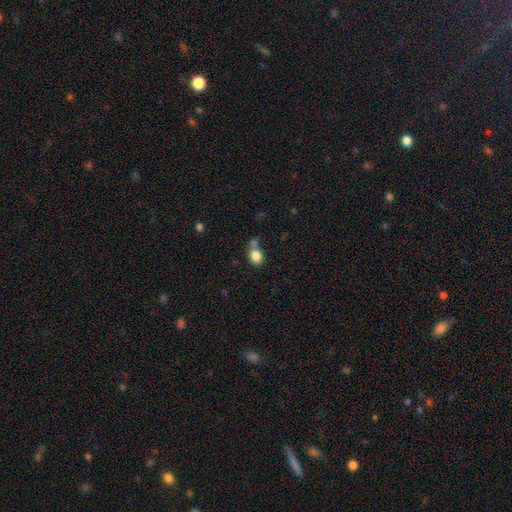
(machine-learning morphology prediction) A smooth galaxy with no disk features (84%) that is in between round and cigar-shaped (53%). Merging: none (52%).